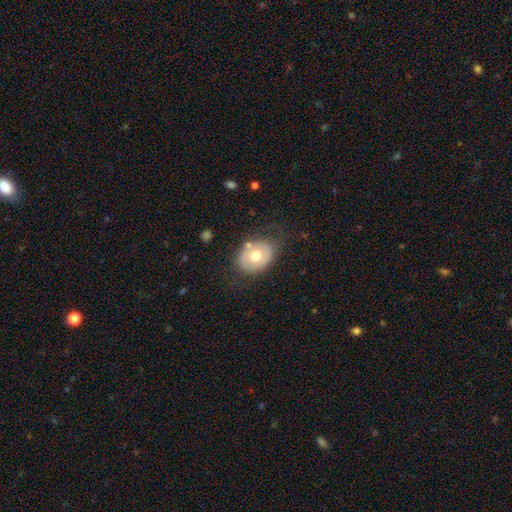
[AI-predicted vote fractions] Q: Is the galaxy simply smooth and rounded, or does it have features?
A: smooth — 58%.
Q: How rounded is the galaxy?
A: in between — 60%.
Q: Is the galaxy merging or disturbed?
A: none — 68%.